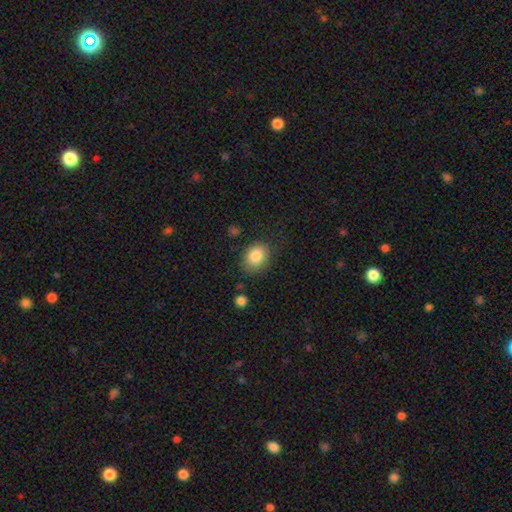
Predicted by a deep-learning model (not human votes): Smooth or featured: smooth — 84% (star or artifact — 9%)
How rounded: in between — 58% (round — 41%)
Merging: none — 77% (minor disturbance — 16%)